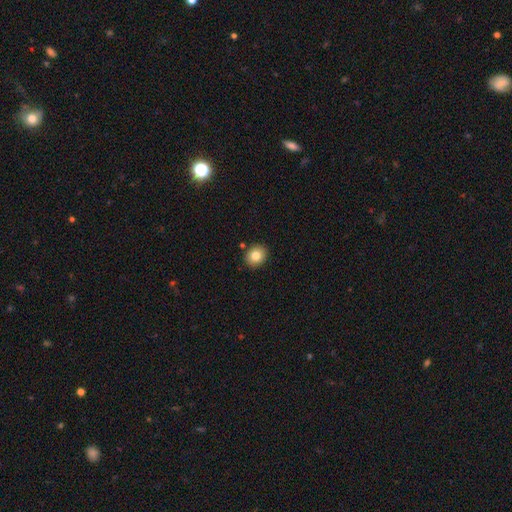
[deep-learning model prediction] This appears to be a smooth galaxy with no disk features (81%) that is round (69%). Merging: none (88%).